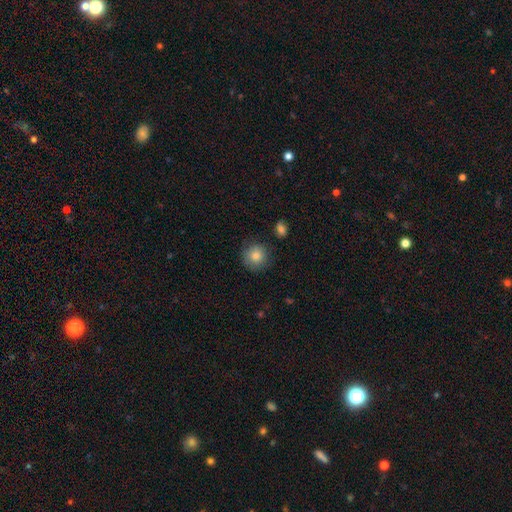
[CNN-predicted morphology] This is clearly a smooth galaxy (83%). How rounded: clearly round (89%). Merging: clearly none (83%).